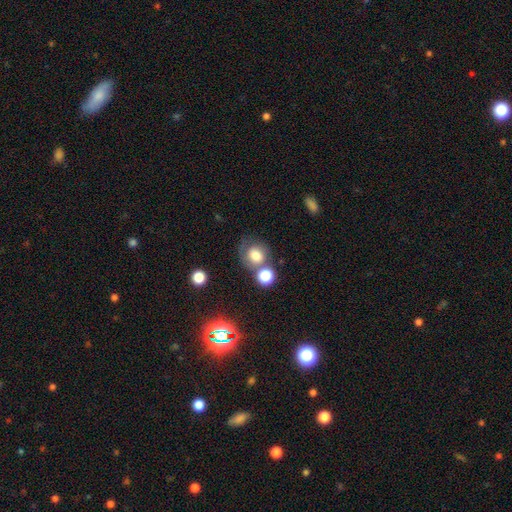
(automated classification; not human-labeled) Smooth or featured? smooth (67%)
How rounded? round (73%)
Merging? none (47%)